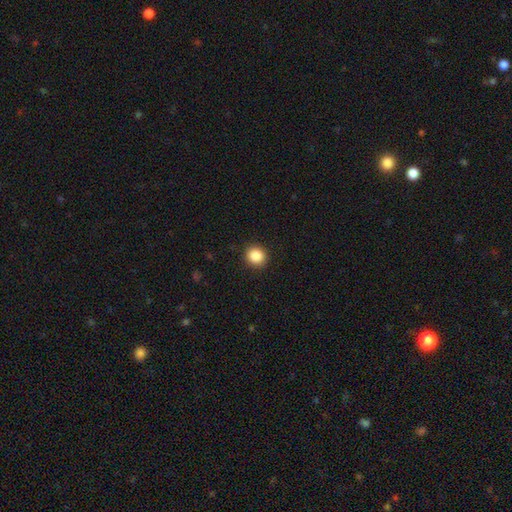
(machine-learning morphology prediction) Smooth or featured: smooth — 87% (star or artifact — 9%)
How rounded: round — 87% (in between — 12%)
Merging: none — 91% (minor disturbance — 6%)